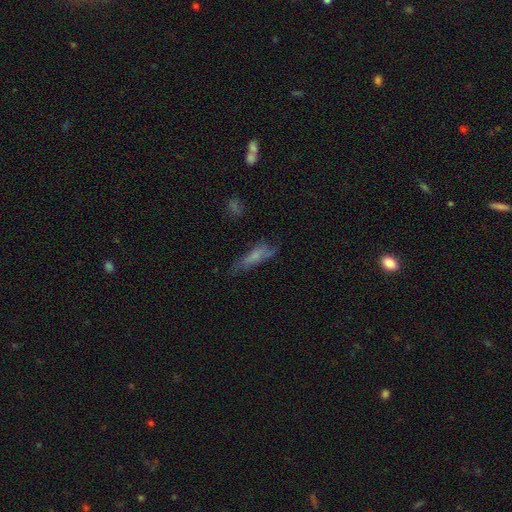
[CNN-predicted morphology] Smooth or featured? Predicted: smooth (p=0.58). How rounded? Predicted: cigar-shaped (p=0.62). Merging? Predicted: none (p=0.53).